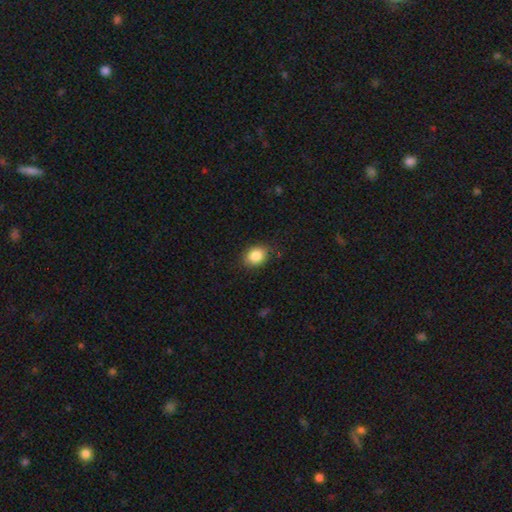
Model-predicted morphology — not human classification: smooth 86%, star or artifact 9%, featured or disk 5%. Down the decision tree: how rounded — in between (60%); merging — none (85%).